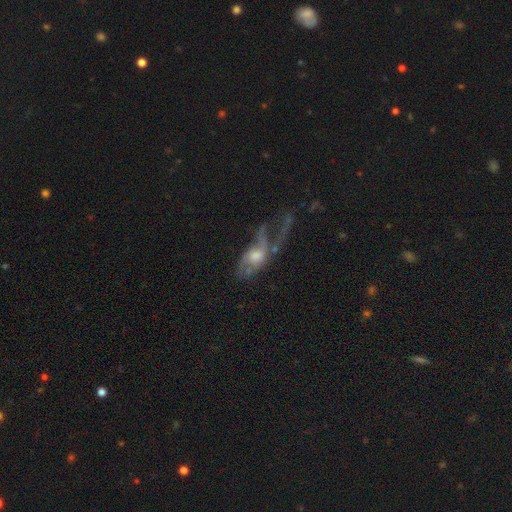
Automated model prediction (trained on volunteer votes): Smooth or featured? featured or disk (63%)
Edge-on disk? no (87%)
Bar? no (75%)
Spiral arms? yes (58%)
Bulge size? moderate (54%)
Merging? major disturbance (56%)